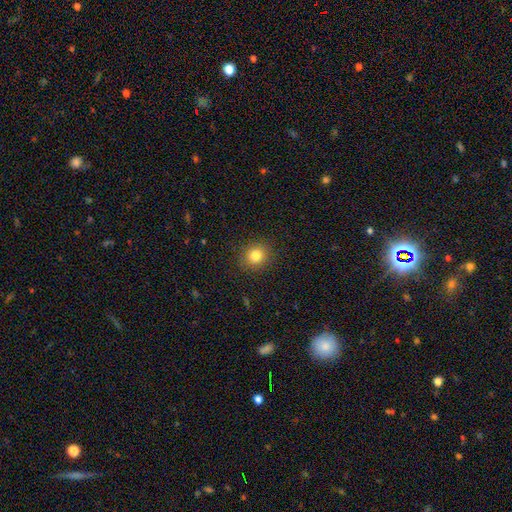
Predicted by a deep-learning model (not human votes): This appears to be a smooth galaxy with no disk features (81%) that is round (83%). Merging: none (89%).